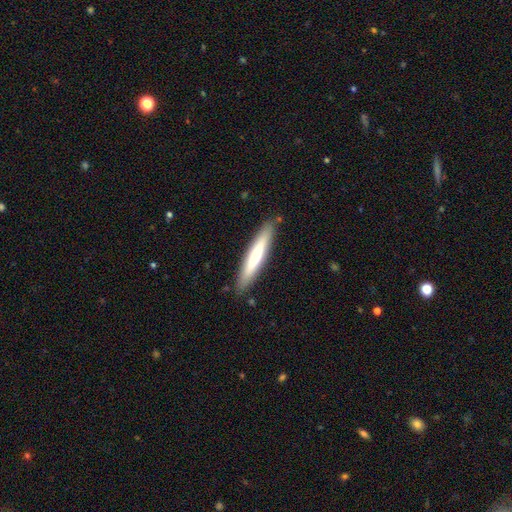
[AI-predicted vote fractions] smooth_or_featured: smooth (p=0.58) [alt: featured or disk p=0.37]
how_rounded: cigar-shaped (p=0.90) [alt: in between p=0.08]
merging: none (p=0.88) [alt: minor disturbance p=0.09]